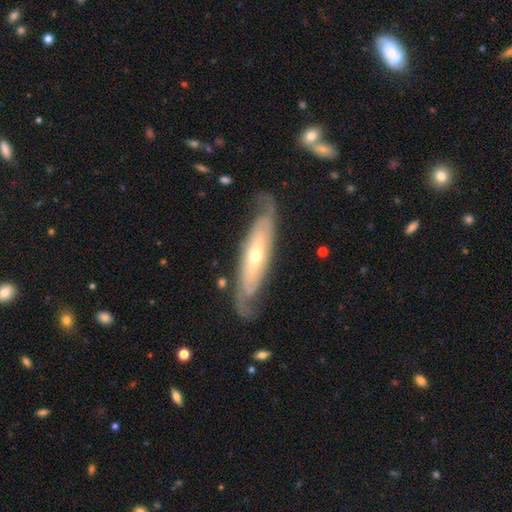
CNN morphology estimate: smooth_or_featured: featured or disk (p=0.77) [alt: smooth p=0.18]
disk_edge_on: no (p=0.68) [alt: yes p=0.32]
bar: no (p=0.62) [alt: weak p=0.23]
has_spiral_arms: yes (p=0.87) [alt: no p=0.13]
bulge_size: small (p=0.58) [alt: moderate p=0.37]
merging: none (p=0.73) [alt: minor disturbance p=0.18]